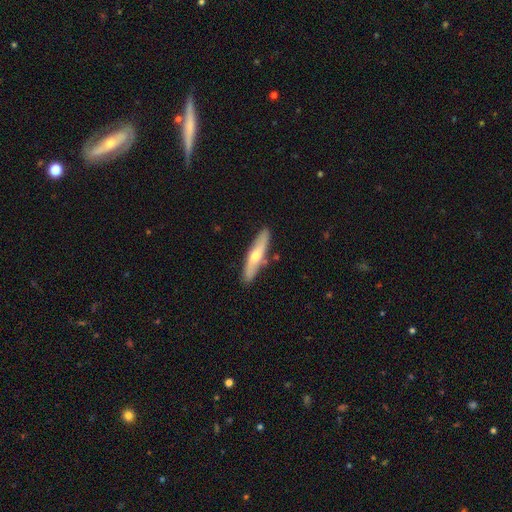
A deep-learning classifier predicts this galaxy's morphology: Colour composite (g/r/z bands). It shows a featured or disk galaxy (48%). Merging: none (83%).